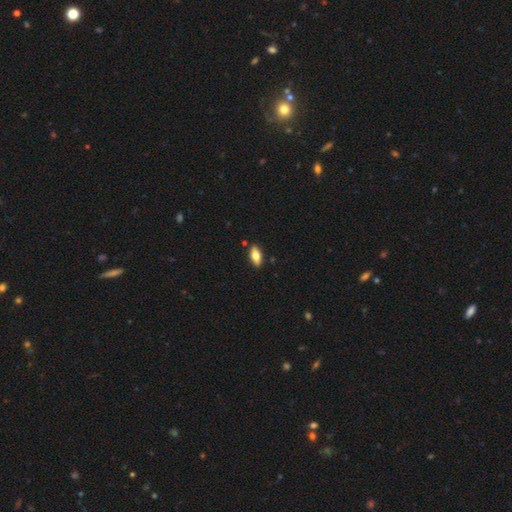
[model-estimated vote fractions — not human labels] A smooth galaxy with no disk features (69%) that is in between round and cigar-shaped (82%). Merging: none (88%).